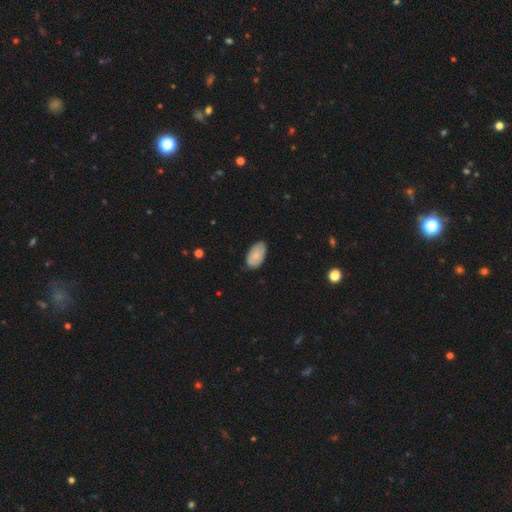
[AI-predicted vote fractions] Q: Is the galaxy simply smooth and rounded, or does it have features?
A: smooth — 76%.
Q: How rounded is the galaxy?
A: in between — 95%.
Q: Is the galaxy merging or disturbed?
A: none — 75%.